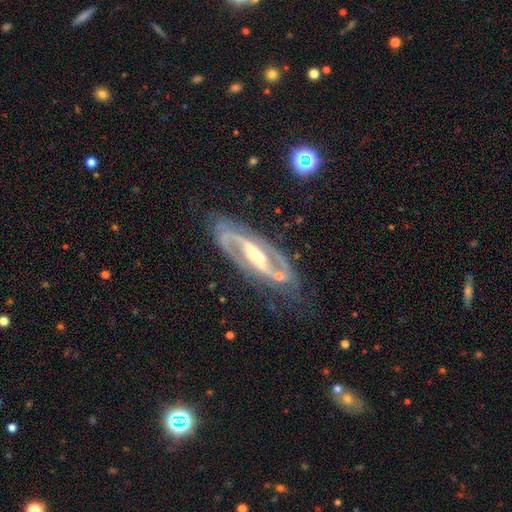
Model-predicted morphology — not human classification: Smooth or featured? featured or disk (91%)
Edge-on disk? no (93%)
Bar? strong (64%)
Spiral arms? yes (96%)
Spiral winding? medium (56%)
Spiral arm count? 2 (92%)
Bulge size? moderate (57%)
Merging? none (74%)